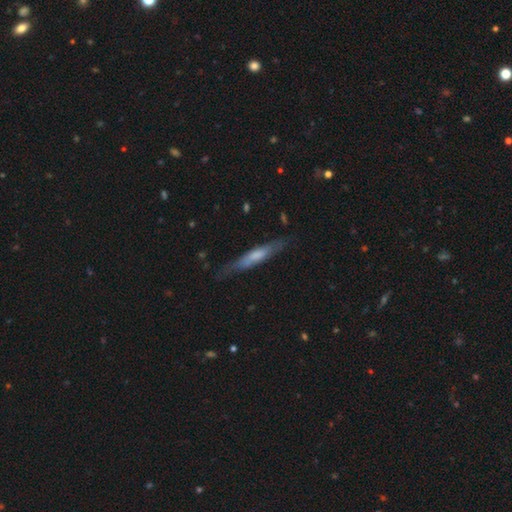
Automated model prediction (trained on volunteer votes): Smooth or featured? smooth (50%)
How rounded? cigar-shaped (87%)
Merging? none (74%)